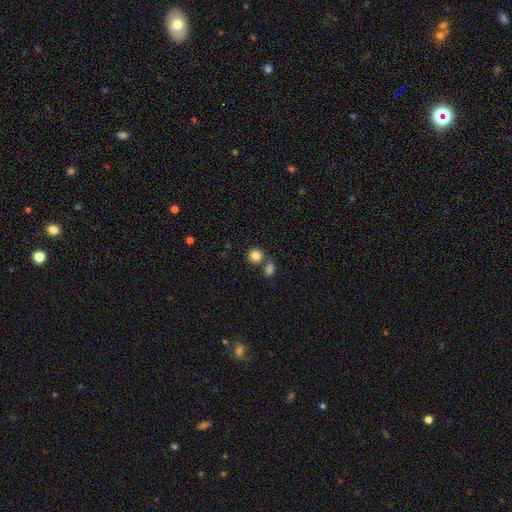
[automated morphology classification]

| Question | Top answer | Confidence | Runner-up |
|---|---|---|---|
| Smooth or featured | smooth | 85% | star or artifact (10%) |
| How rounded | round | 86% | in between (13%) |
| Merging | none | 63% | merger (25%) |